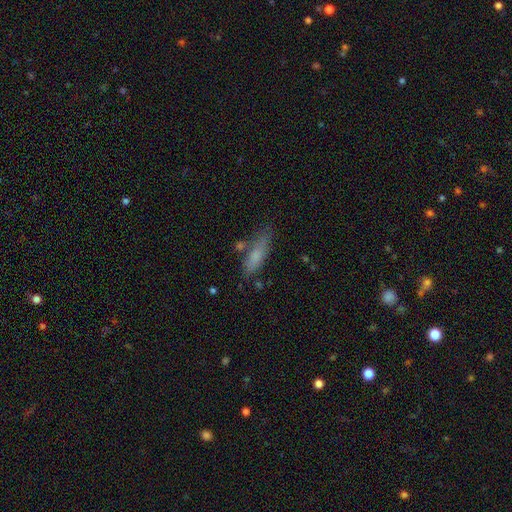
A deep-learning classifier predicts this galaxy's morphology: smooth_or_featured: smooth (p=0.73) [alt: featured or disk p=0.19]
how_rounded: cigar-shaped (p=0.60) [alt: in between p=0.38]
merging: none (p=0.67) [alt: minor disturbance p=0.20]